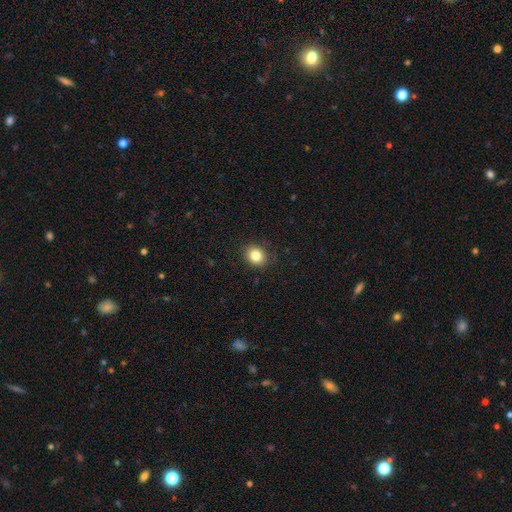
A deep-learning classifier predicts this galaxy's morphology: smooth-or-featured: smooth: 83% | star or artifact: 10% | featured or disk: 6%
  how-rounded: round: 66% | in between: 33% | cigar-shaped: 1%
  merging: none: 87% | minor disturbance: 9% | major disturbance: 2% | merger: 1%